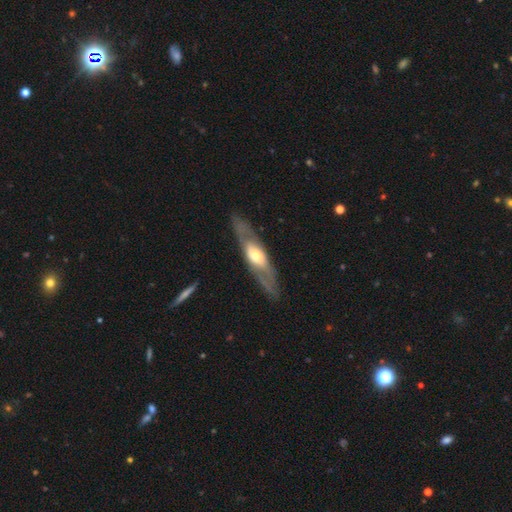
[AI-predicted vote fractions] Smooth or featured?
  - featured or disk: 65% *
  - smooth: 30%
  - star or artifact: 5%
Edge-on disk?
  - no: 52% *
  - yes: 48%
Merging?
  - none: 79% *
  - minor disturbance: 13%
  - major disturbance: 6%
  - merger: 2%